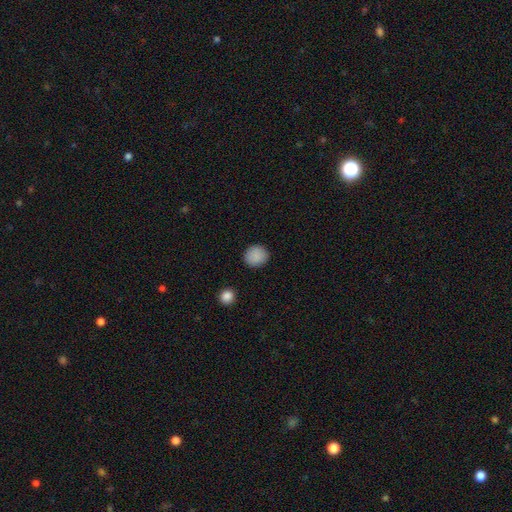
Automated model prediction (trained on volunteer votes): Smooth or featured? Predicted: smooth (p=0.88). How rounded? Predicted: round (p=0.89). Merging? Predicted: none (p=0.90).